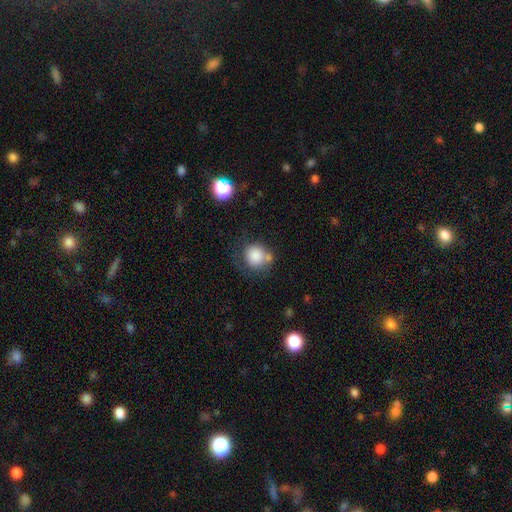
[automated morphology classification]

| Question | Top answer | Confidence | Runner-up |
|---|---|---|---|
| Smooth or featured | smooth | 83% | star or artifact (9%) |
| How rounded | round | 88% | in between (11%) |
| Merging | none | 54% | minor disturbance (19%) |